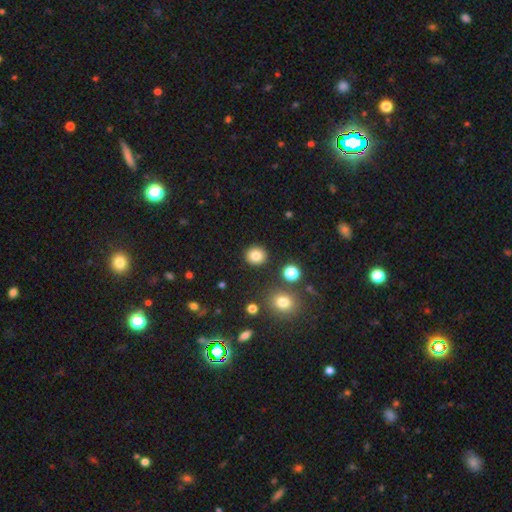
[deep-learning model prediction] Morphology: type=smooth (83%); roundness=round (87%); merging=none (90%).